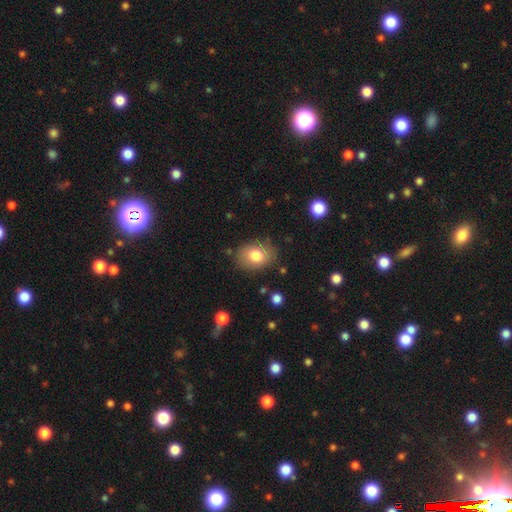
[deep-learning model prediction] smooth 78%, featured or disk 13%, star or artifact 9%. Down the decision tree: how rounded — in between (66%); merging — none (81%).